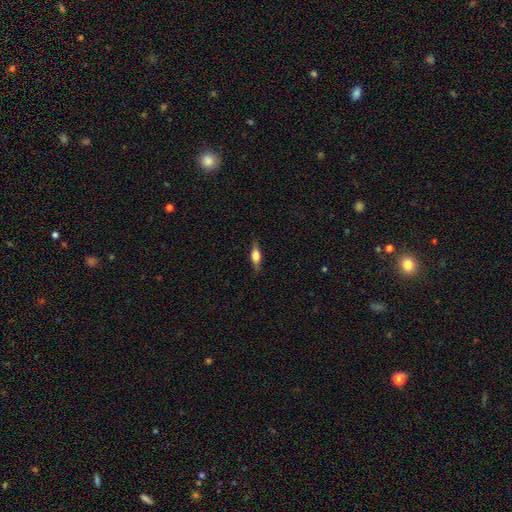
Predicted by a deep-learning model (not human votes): A featured or disk galaxy (49%). Merging: none (83%).